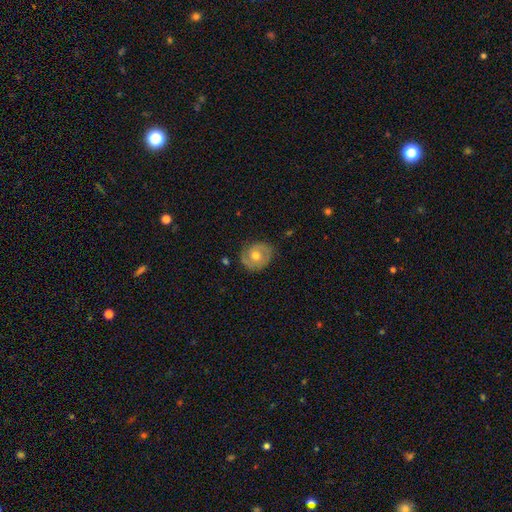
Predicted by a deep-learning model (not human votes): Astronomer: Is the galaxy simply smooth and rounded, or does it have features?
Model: featured or disk — 58% (runner-up: smooth, 35%).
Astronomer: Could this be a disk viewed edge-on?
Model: no — 96%.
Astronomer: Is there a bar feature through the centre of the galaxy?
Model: no — 74%.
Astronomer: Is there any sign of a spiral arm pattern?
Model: yes — 76%.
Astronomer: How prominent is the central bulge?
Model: moderate — 75%.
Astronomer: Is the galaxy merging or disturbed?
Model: none — 75%.